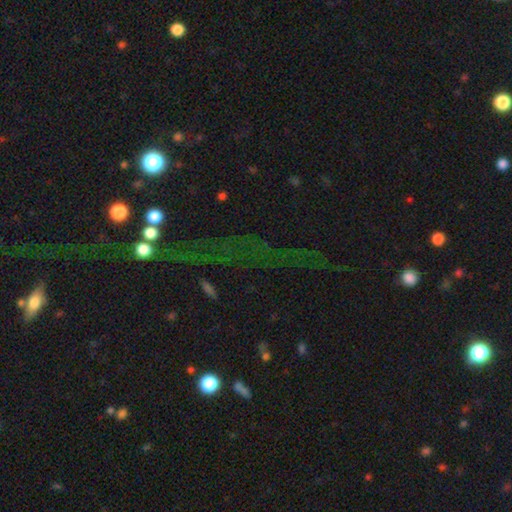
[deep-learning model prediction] A star or artifact, not a galaxy (70%).

Vote fractions:
- Smooth or featured? star or artifact: 70% / smooth: 17% / featured or disk: 13%